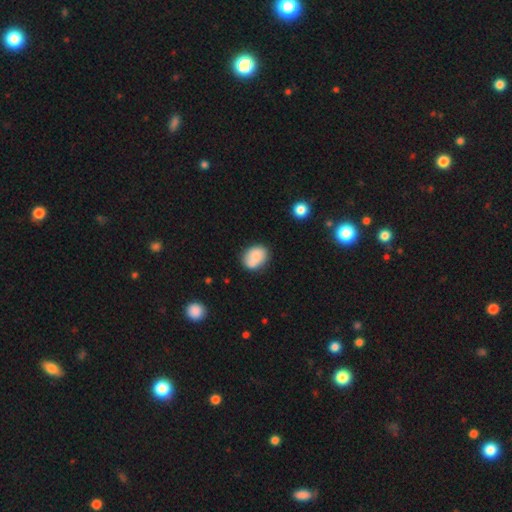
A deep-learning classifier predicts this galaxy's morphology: A smooth galaxy with no disk features (75%) that is in between round and cigar-shaped (60%). Merging: none (53%).